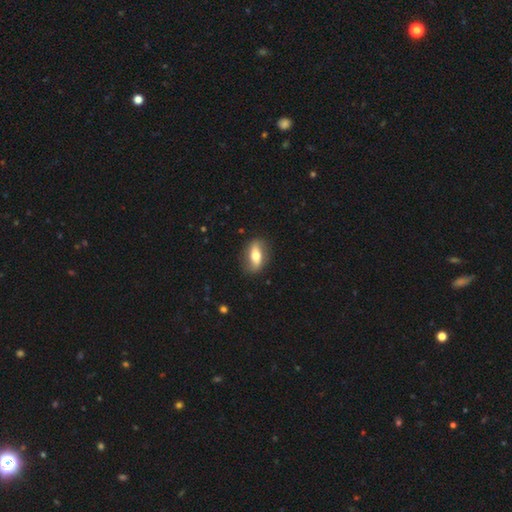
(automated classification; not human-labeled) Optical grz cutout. It shows a featured or disk galaxy (52%). Merging: none (83%).